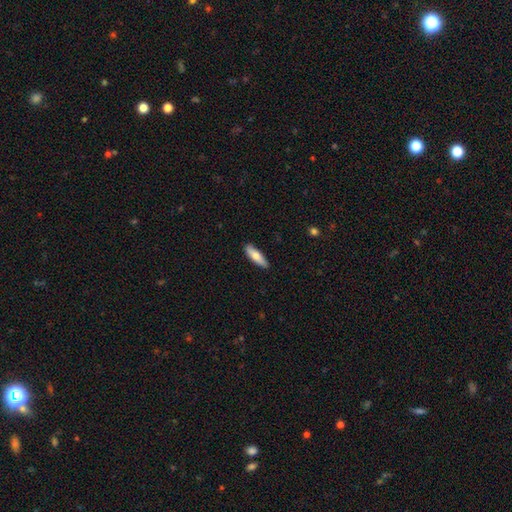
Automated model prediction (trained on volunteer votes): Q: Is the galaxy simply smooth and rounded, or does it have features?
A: smooth — 71%.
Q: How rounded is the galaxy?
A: cigar-shaped — 58%.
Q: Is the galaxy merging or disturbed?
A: none — 88%.